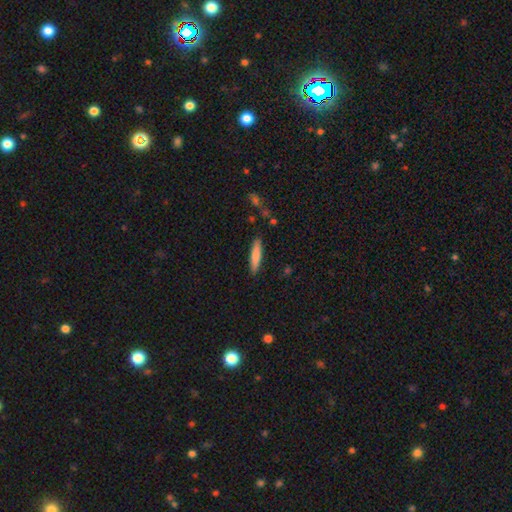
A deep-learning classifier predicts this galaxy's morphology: smooth 82%, featured or disk 13%, star or artifact 6%. Down the decision tree: how rounded — cigar-shaped (84%); merging — none (88%).